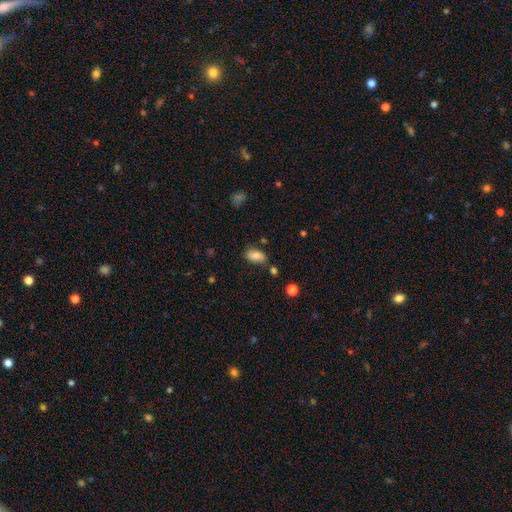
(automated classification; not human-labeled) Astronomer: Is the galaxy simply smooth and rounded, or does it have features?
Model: smooth — 80%.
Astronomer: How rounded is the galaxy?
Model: in between — 92%.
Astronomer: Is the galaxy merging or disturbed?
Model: none — 73%.